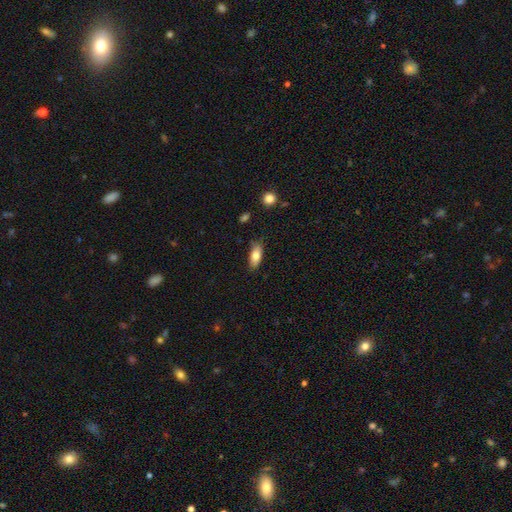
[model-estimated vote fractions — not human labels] smooth 76%, featured or disk 17%, star or artifact 7%. Down the decision tree: how rounded — in between (82%); merging — none (78%).